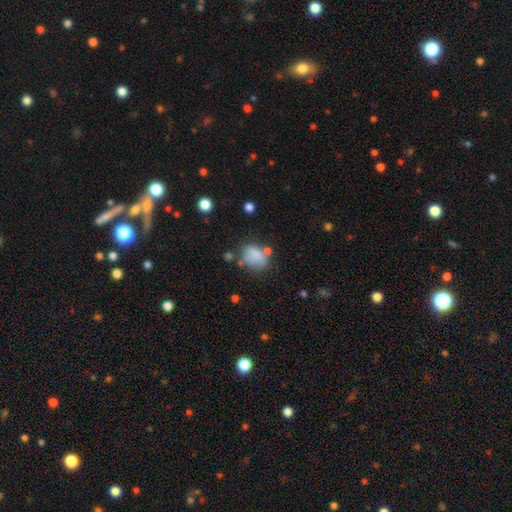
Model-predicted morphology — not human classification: smooth-or-featured: smooth: 77% | featured or disk: 13% | star or artifact: 10%
  how-rounded: in between: 58% | round: 40% | cigar-shaped: 1%
  merging: none: 49% | minor disturbance: 25% | merger: 15% | major disturbance: 12%